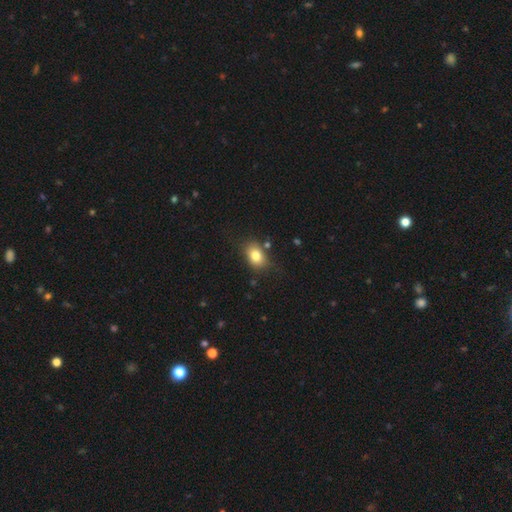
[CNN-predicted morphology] Smooth or featured? smooth (81%)
How rounded? in between (72%)
Merging? none (75%)